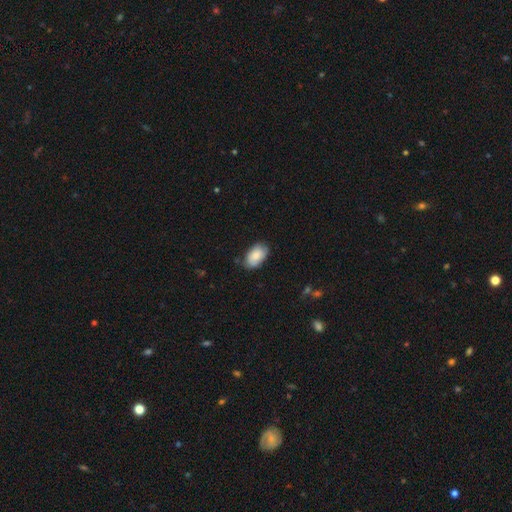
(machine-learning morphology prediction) A smooth galaxy with no disk features (84%) that is in between round and cigar-shaped (93%).

Vote fractions:
- Smooth or featured? smooth: 84% / featured or disk: 10% / star or artifact: 6%
- How rounded? in between: 93% / round: 5% / cigar-shaped: 1%
- Merging? none: 75% / minor disturbance: 20% / major disturbance: 3% / merger: 1%